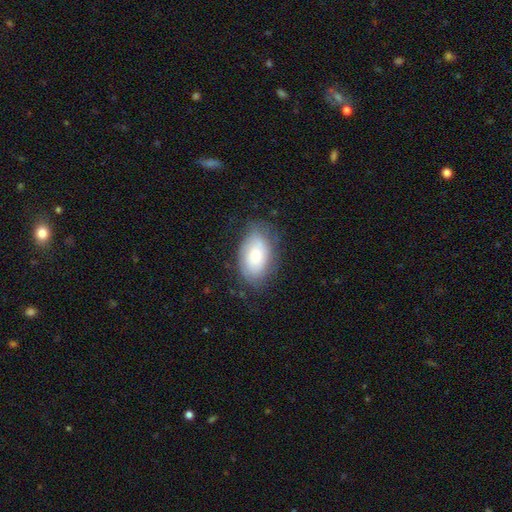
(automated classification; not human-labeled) Smooth or featured?
  - smooth: 58% *
  - featured or disk: 35%
  - star or artifact: 8%
How rounded?
  - in between: 89% *
  - round: 9%
  - cigar-shaped: 1%
Merging?
  - none: 66% *
  - minor disturbance: 23%
  - major disturbance: 9%
  - merger: 1%